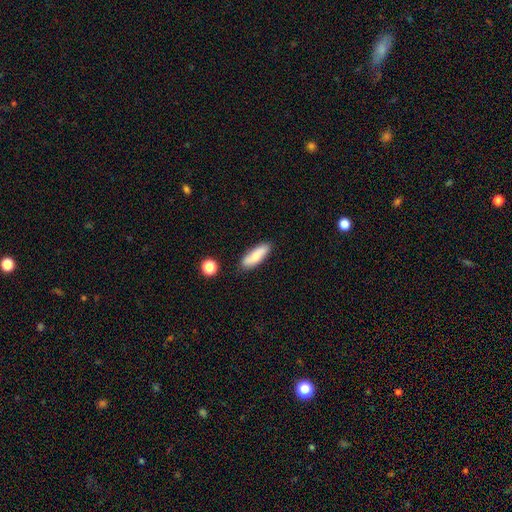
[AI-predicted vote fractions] This appears to be a smooth galaxy with no disk features (73%) that is in between round and cigar-shaped (53%). Merging: none (82%).